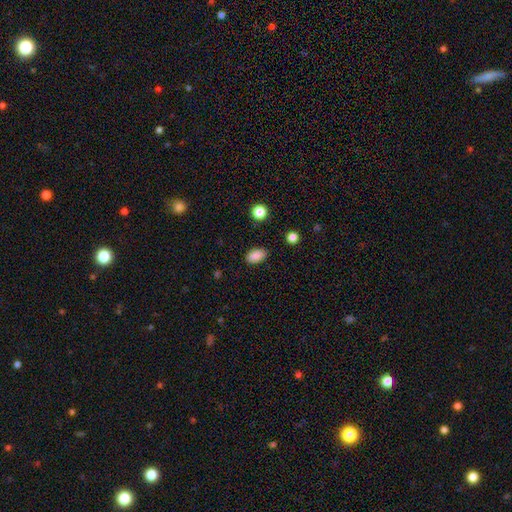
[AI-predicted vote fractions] Smooth or featured?
  - smooth: 87% *
  - star or artifact: 9%
  - featured or disk: 3%
How rounded?
  - in between: 91% *
  - round: 8%
  - cigar-shaped: 2%
Merging?
  - none: 86% *
  - minor disturbance: 10%
  - major disturbance: 3%
  - merger: 1%